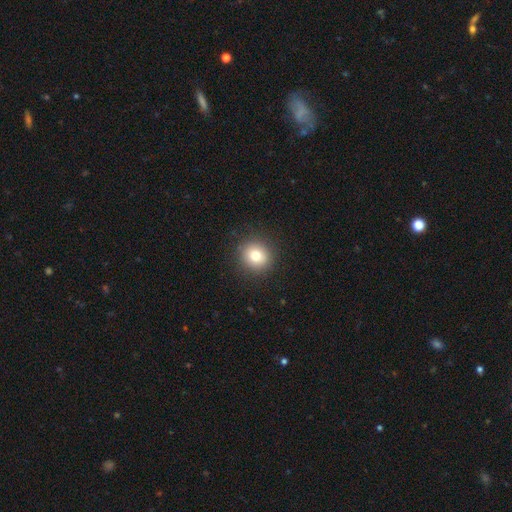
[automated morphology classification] Overall: smooth (78%). How rounded: round (91%). Merging: none (90%).